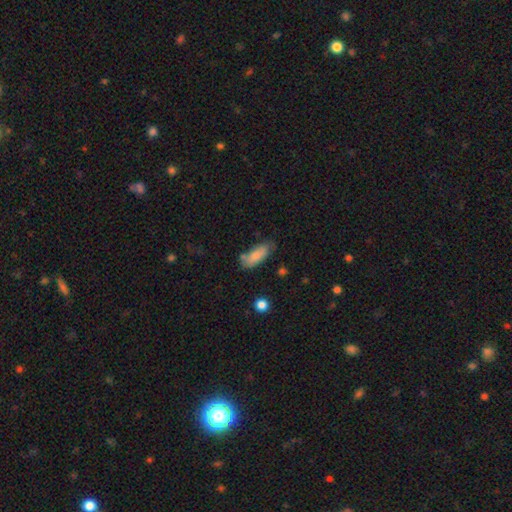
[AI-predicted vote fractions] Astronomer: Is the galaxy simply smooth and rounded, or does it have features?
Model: smooth — 84%.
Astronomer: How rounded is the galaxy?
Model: in between — 77%.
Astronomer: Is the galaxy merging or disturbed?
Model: none — 62%.